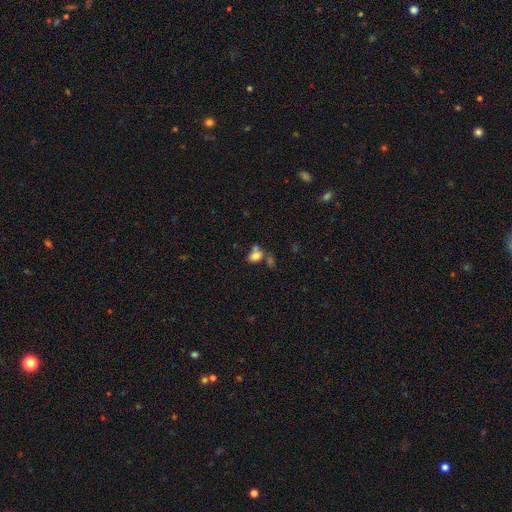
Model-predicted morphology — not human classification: Overall: smooth (76%). How rounded: in between (81%). Merging: none (41%; merger 34%).